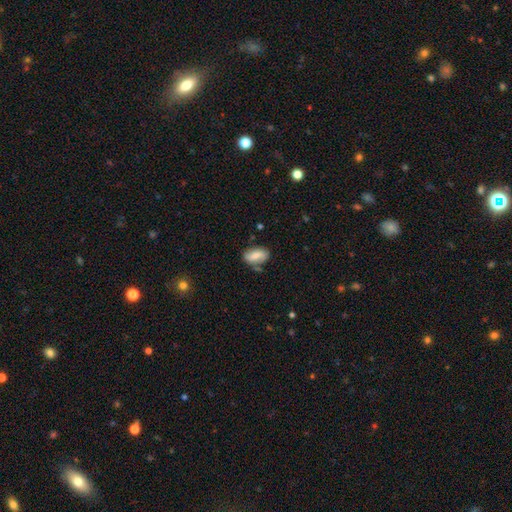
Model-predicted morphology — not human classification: This is likely a smooth galaxy (65%). How rounded: clearly in between (89%). Merging: likely none (62%).